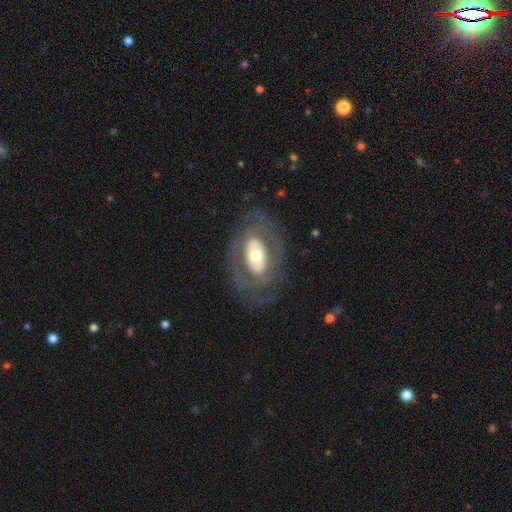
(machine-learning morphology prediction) This is likely a featured or disk galaxy (65%). It is clearly not viewed edge-on (92%). Bar: likely no (67%). Spiral arm pattern: likely no (64%). Central bulge: likely moderate (62%). Merging: likely none (72%).